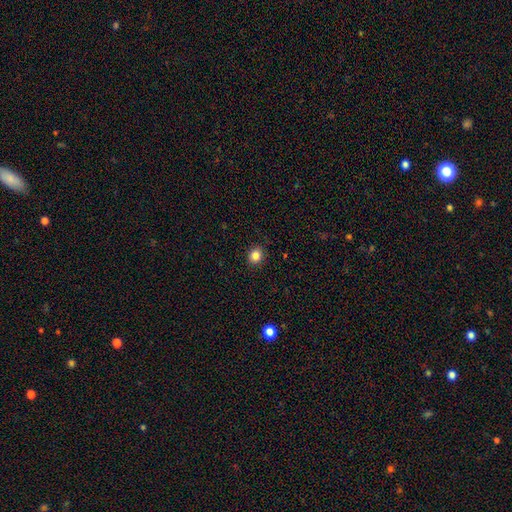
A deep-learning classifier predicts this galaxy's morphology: type=smooth (84%); roundness=round (80%); merging=none (91%).